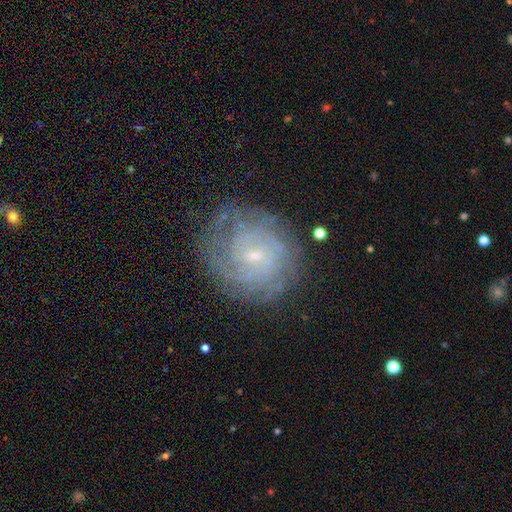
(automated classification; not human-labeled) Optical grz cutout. It shows a featured or disk galaxy (81%) with no bar (48%), tight (75%) spiral arms (95%) and a small central bulge (80%). Merging: none (78%).